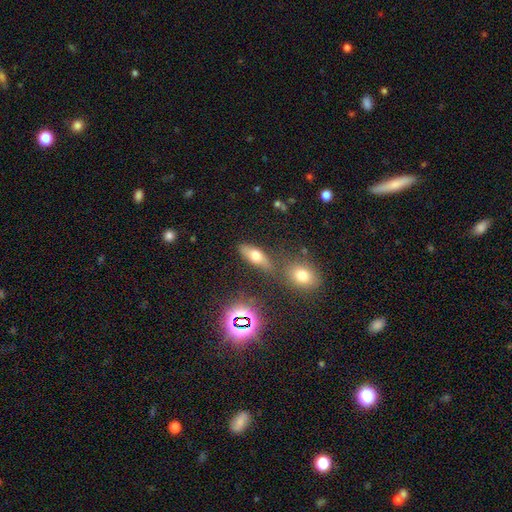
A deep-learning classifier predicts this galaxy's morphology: Q: Smooth or featured?
A: smooth (59%); runner-up: featured or disk (25%)
Q: How rounded?
A: in between (66%); runner-up: cigar-shaped (26%)
Q: Merging?
A: none (71%); runner-up: minor disturbance (13%)